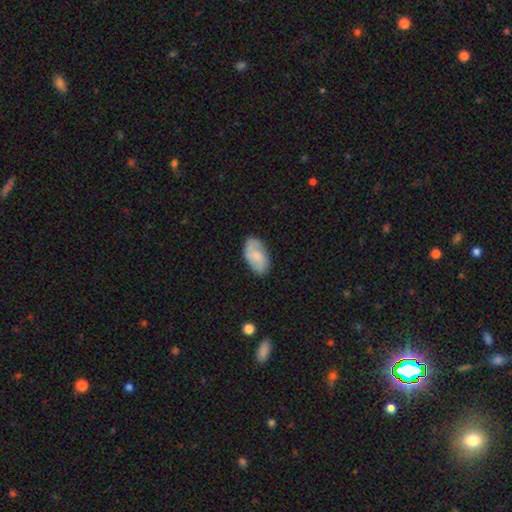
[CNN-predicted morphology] smooth 57%, featured or disk 36%, star or artifact 7%. Down the decision tree: how rounded — in between (93%); merging — none (75%).